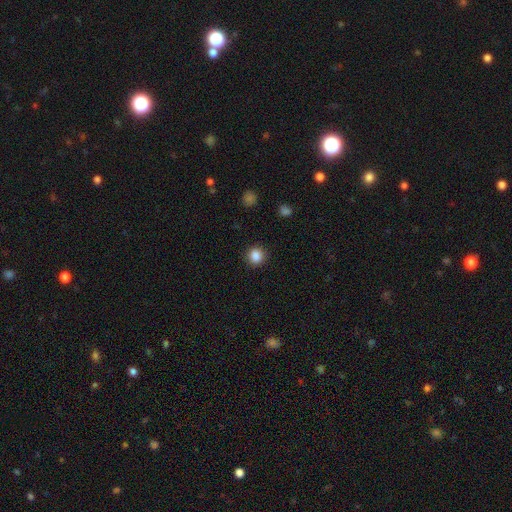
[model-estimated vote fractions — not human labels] Q: Smooth or featured?
A: smooth (86%); runner-up: star or artifact (11%)
Q: How rounded?
A: round (90%); runner-up: in between (9%)
Q: Merging?
A: none (91%); runner-up: minor disturbance (6%)